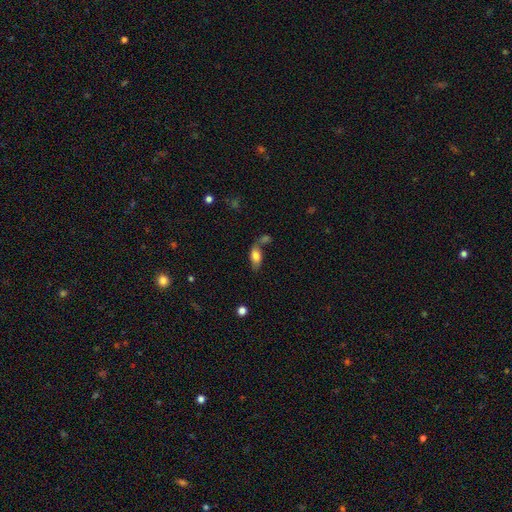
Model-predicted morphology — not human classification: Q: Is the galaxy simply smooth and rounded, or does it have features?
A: smooth — 75%.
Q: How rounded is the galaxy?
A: in between — 87%.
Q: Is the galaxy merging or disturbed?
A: none — 48%.